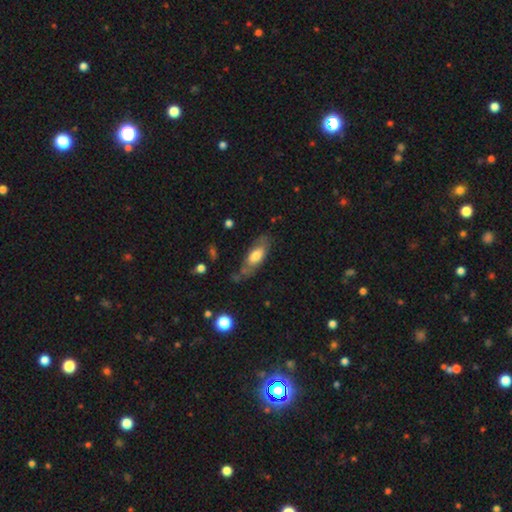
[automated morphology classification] smooth_or_featured: smooth (p=0.58) [alt: featured or disk p=0.35]
how_rounded: in between (p=0.79) [alt: cigar-shaped p=0.18]
merging: none (p=0.56) [alt: minor disturbance p=0.26]